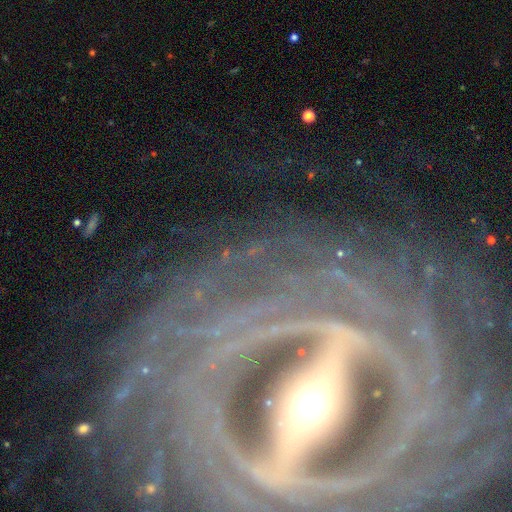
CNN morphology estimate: Smooth or featured?
  - featured or disk: 84% *
  - star or artifact: 10%
  - smooth: 6%
Edge-on disk?
  - no: 82% *
  - yes: 18%
Bar?
  - strong: 72% *
  - weak: 16%
  - no: 13%
Spiral arms?
  - yes: 85% *
  - no: 15%
Spiral winding?
  - tight: 69% *
  - medium: 22%
  - loose: 10%
Spiral arm count?
  - can't tell: 29% *
  - 2: 22%
  - more than 4: 14%
  - 3: 13%
  - 4: 12%
  - 1: 10%
Bulge size?
  - moderate: 53% *
  - small: 31%
  - large: 11%
  - dominant: 3%
  - none: 2%
Merging?
  - none: 75% *
  - minor disturbance: 12%
  - major disturbance: 10%
  - merger: 3%